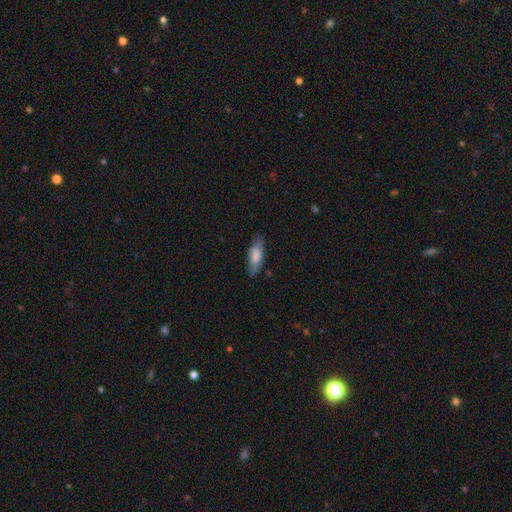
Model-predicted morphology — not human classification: Overall: smooth (79%). How rounded: in between (66%; cigar-shaped 32%). Merging: none (79%).